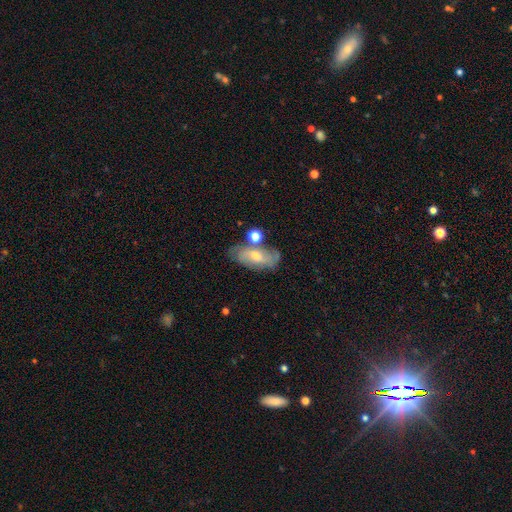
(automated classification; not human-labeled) A featured or disk galaxy (52%).

Vote fractions:
- Smooth or featured? featured or disk: 52% / smooth: 39% / star or artifact: 9%
- Edge-on disk? no: 89% / yes: 11%
- Merging? none: 56% / minor disturbance: 21% / merger: 15% / major disturbance: 8%